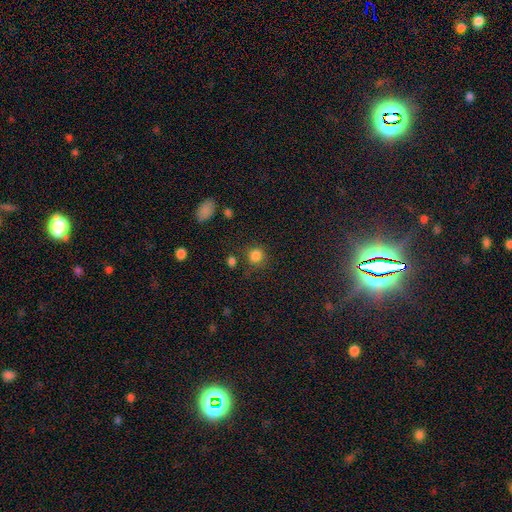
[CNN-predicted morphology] Smooth or featured? Predicted: smooth (p=0.82). How rounded? Predicted: round (p=0.84). Merging? Predicted: none (p=0.74).